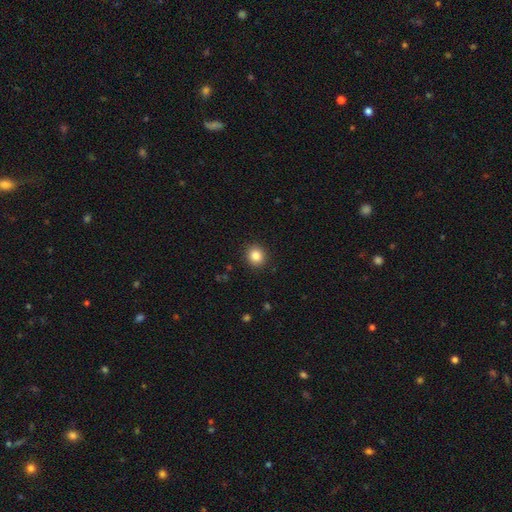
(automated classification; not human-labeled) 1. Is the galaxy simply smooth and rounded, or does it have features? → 85% smooth, 10% star or artifact, 5% featured or disk.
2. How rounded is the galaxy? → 85% round, 14% in between, 1% cigar-shaped.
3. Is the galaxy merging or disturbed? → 91% none, 6% minor disturbance, 2% major disturbance, 1% merger.